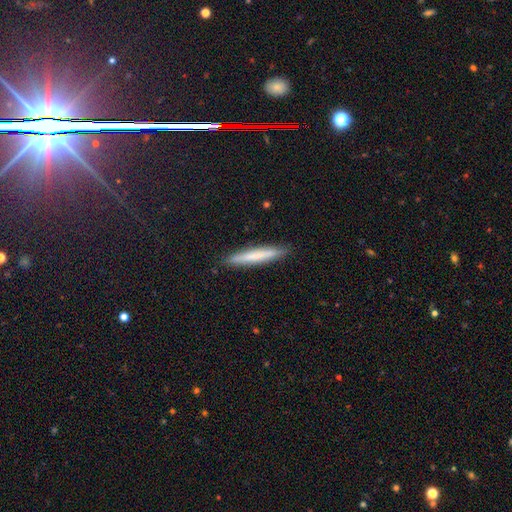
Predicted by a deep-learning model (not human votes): Morphology: type=smooth (68%); roundness=cigar-shaped (95%); merging=none (90%).